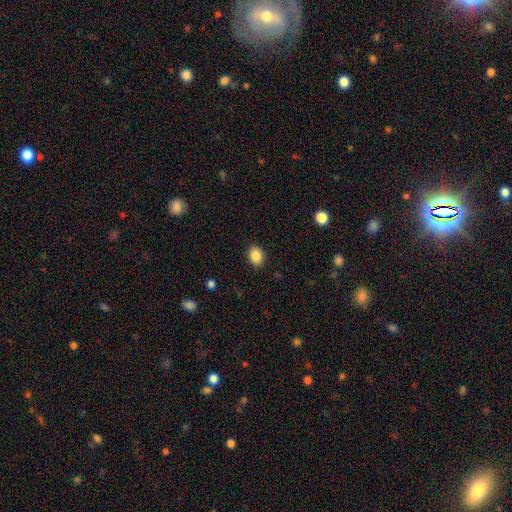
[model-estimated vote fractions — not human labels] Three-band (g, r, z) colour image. It shows a smooth galaxy with no disk features (87%) that is in between round and cigar-shaped (67%). Merging: none (89%).